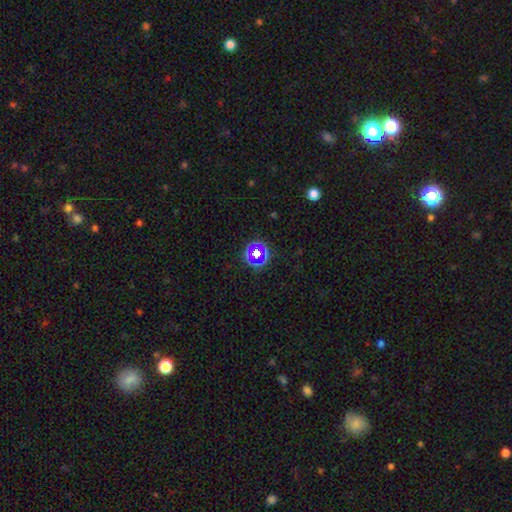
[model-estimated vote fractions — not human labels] A star or artifact, not a galaxy (51%).

Vote fractions:
- Smooth or featured? star or artifact: 51% / smooth: 37% / featured or disk: 13%